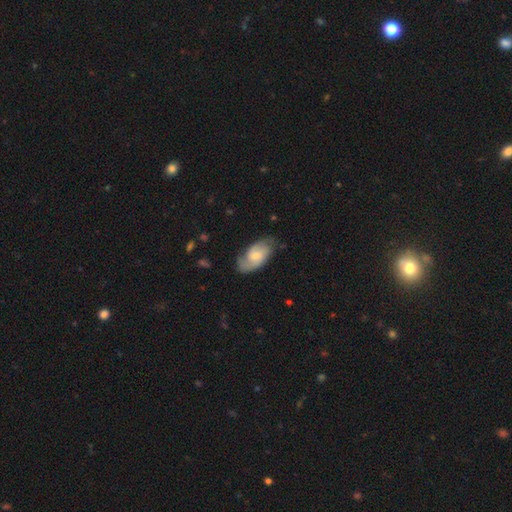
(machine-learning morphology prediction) featured or disk 57%, smooth 37%, star or artifact 6%. Down the decision tree: edge-on disk — no (95%); bar — no (49%); spiral arms — yes (89%); bulge size — moderate (41%); merging — none (68%).